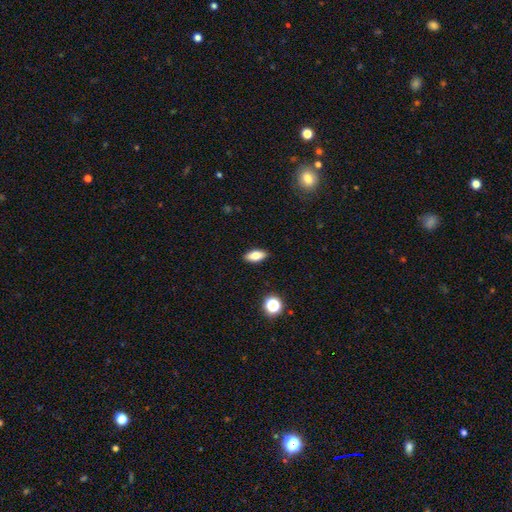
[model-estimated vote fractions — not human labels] Overall: smooth (78%). How rounded: in between (84%). Merging: none (90%).